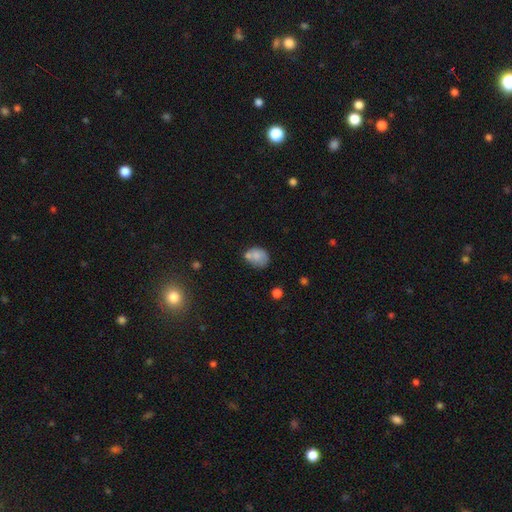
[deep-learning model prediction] This appears to be a smooth galaxy with no disk features (74%) that is in between round and cigar-shaped (55%). Merging: none (46%).